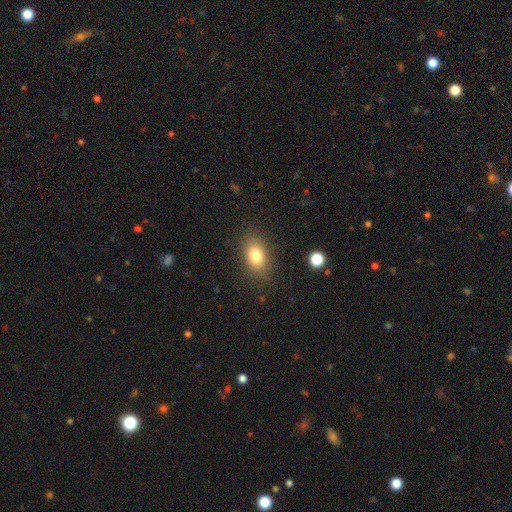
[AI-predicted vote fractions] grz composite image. It shows a smooth galaxy with no disk features (80%) that is in between round and cigar-shaped (82%). Merging: none (85%).